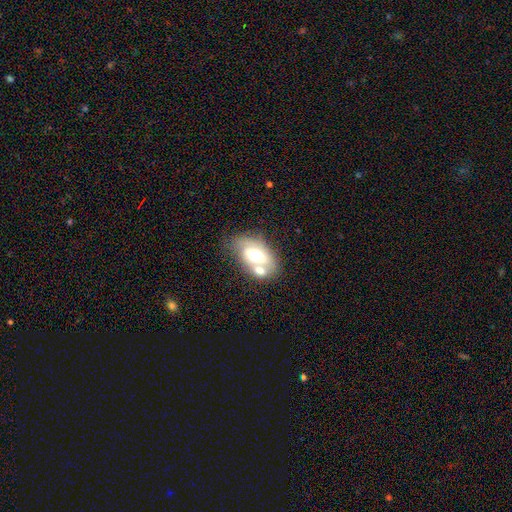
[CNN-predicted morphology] A smooth galaxy with no disk features (46%, tied with featured or disk).

Vote fractions:
- Smooth or featured? smooth: 46% (tied) / featured or disk: 46% (tied) / star or artifact: 9%
- Merging? merger: 43% / none: 33% / minor disturbance: 15% / major disturbance: 9%